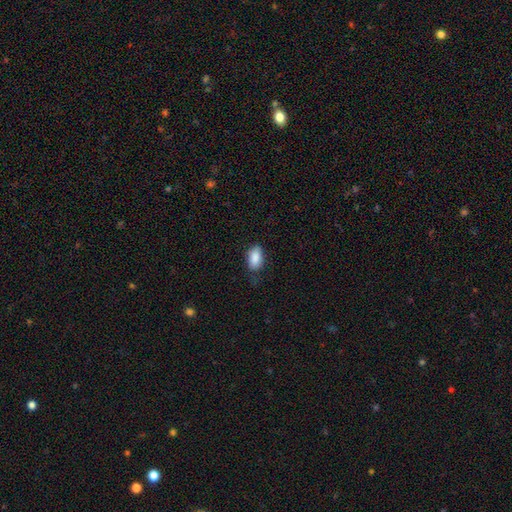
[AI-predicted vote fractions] This is clearly a smooth galaxy (88%). How rounded: clearly in between (92%). Merging: likely none (70%).